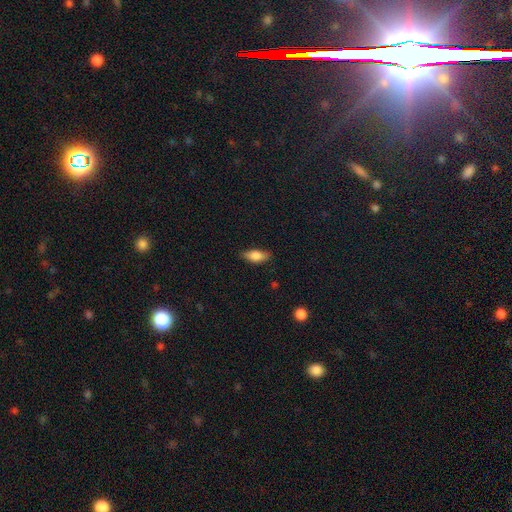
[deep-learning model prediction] Smooth or featured?
  - smooth: 79% *
  - featured or disk: 14%
  - star or artifact: 7%
How rounded?
  - in between: 80% *
  - cigar-shaped: 17%
  - round: 3%
Merging?
  - none: 79% *
  - minor disturbance: 16%
  - major disturbance: 3%
  - merger: 1%